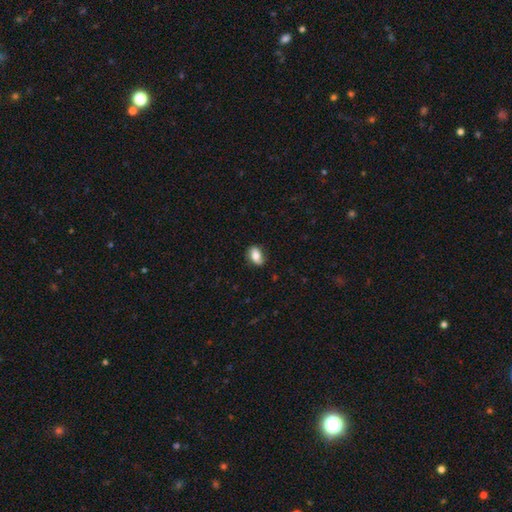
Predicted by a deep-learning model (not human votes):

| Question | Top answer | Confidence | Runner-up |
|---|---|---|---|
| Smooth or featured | smooth | 70% | featured or disk (21%) |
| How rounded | in between | 83% | round (14%) |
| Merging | none | 75% | minor disturbance (19%) |